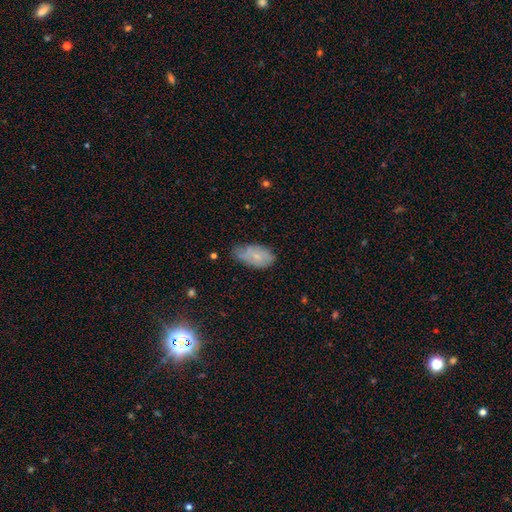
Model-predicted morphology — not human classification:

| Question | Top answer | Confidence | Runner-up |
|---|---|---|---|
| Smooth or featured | smooth | 66% | featured or disk (25%) |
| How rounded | in between | 92% | round (4%) |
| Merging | none | 46% | minor disturbance (39%) |